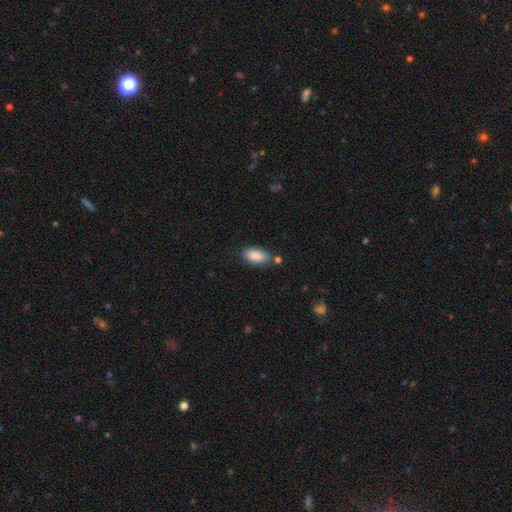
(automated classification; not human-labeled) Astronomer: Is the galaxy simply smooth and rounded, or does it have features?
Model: smooth — 87%.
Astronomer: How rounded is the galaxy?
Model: in between — 92%.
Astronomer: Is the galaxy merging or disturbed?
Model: none — 73%.